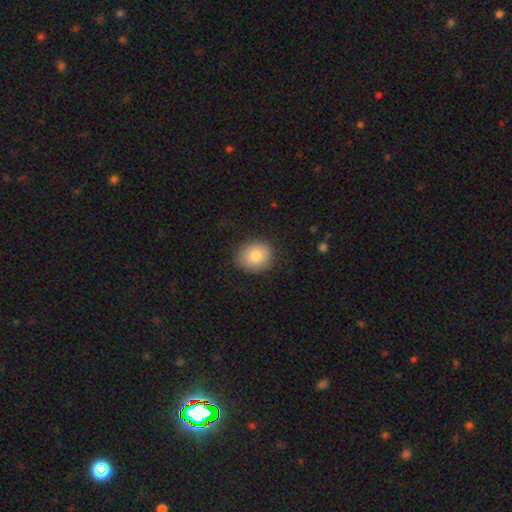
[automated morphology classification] This appears to be a smooth galaxy with no disk features (80%) that is round (73%). Merging: none (87%).